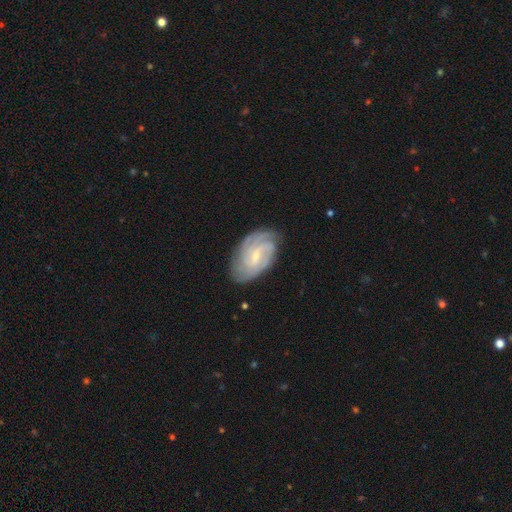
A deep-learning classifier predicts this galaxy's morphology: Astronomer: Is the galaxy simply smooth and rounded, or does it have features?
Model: featured or disk — 83%.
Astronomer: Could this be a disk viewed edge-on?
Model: no — 97%.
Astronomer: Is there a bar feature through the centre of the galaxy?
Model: weak — 57%.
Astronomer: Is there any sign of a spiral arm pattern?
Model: yes — 96%.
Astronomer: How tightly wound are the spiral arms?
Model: tight — 63%.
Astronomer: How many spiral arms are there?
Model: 3 — 27% (runner-up: can't tell, 25%).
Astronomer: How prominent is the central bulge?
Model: small — 61%.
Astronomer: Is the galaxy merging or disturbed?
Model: none — 77%.